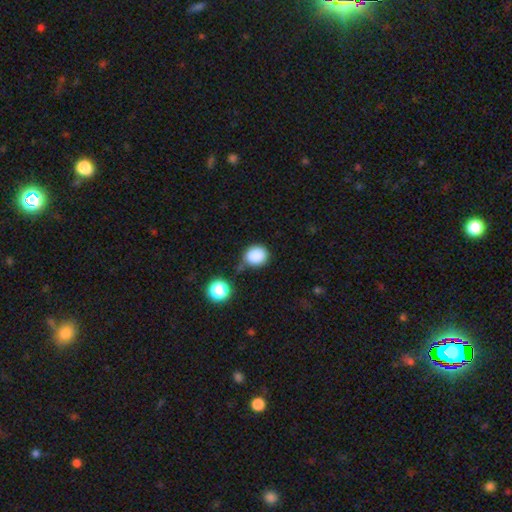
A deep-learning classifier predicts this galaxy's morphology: This appears to be a smooth galaxy with no disk features (86%) that is round (76%). Merging: none (61%).